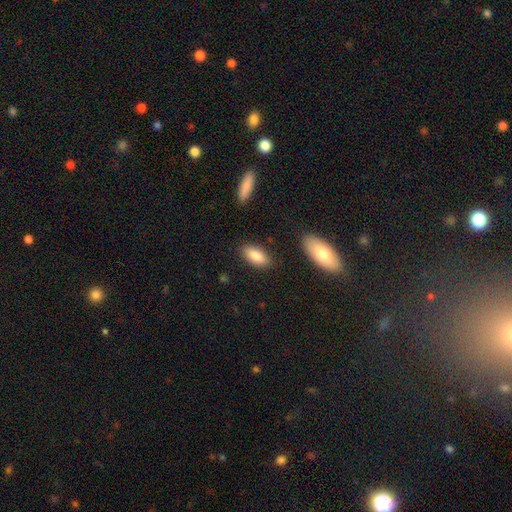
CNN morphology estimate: A smooth galaxy with no disk features (86%) that is in between round and cigar-shaped (89%). Merging: none (84%).